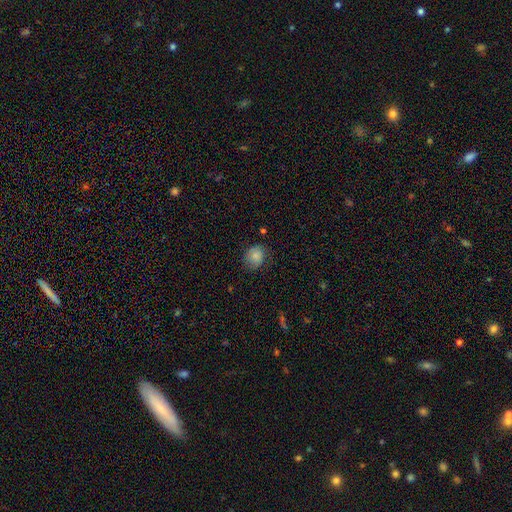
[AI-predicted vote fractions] Smooth or featured?
  - smooth: 79% *
  - featured or disk: 12%
  - star or artifact: 9%
How rounded?
  - round: 62% *
  - in between: 37%
  - cigar-shaped: 1%
Merging?
  - none: 71% *
  - minor disturbance: 23%
  - major disturbance: 6%
  - merger: 1%